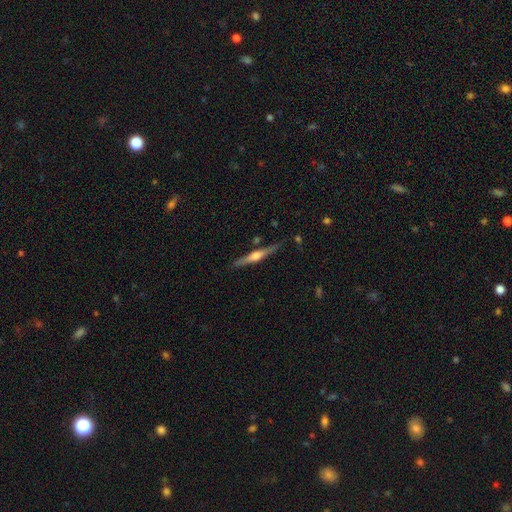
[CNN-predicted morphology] Smooth or featured?
  - featured or disk: 70% *
  - smooth: 25%
  - star or artifact: 5%
Edge-on disk?
  - yes: 98% *
  - no: 2%
Edge-on bulge?
  - rounded: 86% *
  - boxy: 8%
  - none: 6%
Merging?
  - none: 84% *
  - minor disturbance: 11%
  - merger: 3%
  - major disturbance: 2%